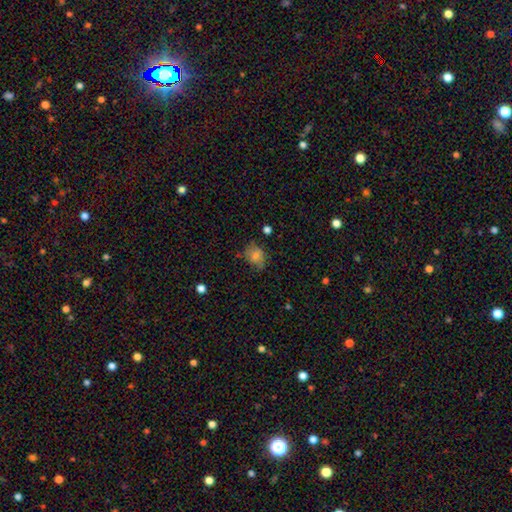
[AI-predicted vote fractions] smooth 68%, featured or disk 19%, star or artifact 14%. Down the decision tree: how rounded — round (49%, tied with in between); merging — none (63%).